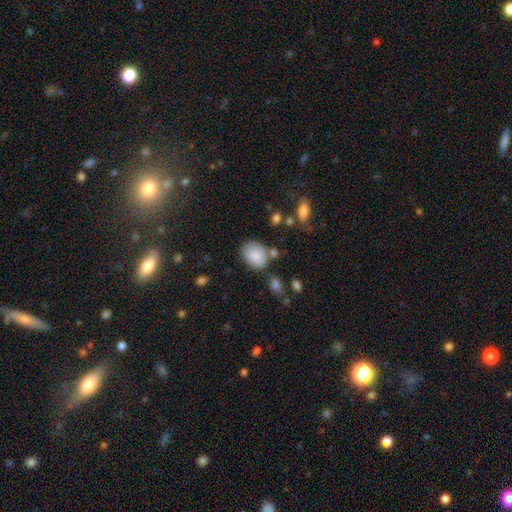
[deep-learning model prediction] Smooth or featured: smooth — 85% (featured or disk — 8%)
How rounded: in between — 70% (round — 29%)
Merging: none — 66% (minor disturbance — 20%)